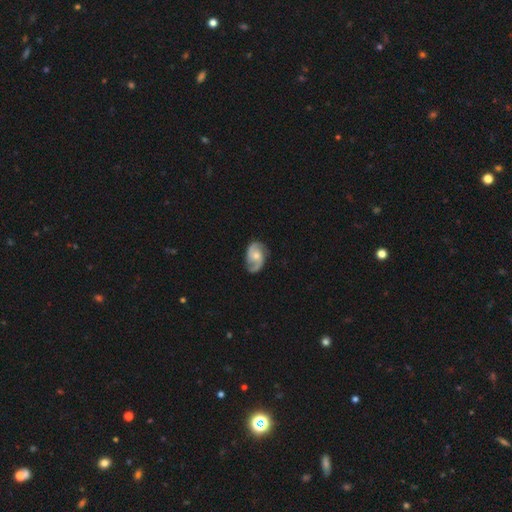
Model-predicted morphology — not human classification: Smooth or featured?
  - featured or disk: 85% *
  - smooth: 10%
  - star or artifact: 5%
Edge-on disk?
  - no: 98% *
  - yes: 2%
Bar?
  - no: 63% *
  - weak: 30%
  - strong: 6%
Spiral arms?
  - yes: 97% *
  - no: 3%
Spiral winding?
  - medium: 52% *
  - loose: 26%
  - tight: 22%
Spiral arm count?
  - 2: 90% *
  - can't tell: 3%
  - 3: 2%
  - 1: 2%
  - 4: 1%
  - more than 4: 1%
Bulge size?
  - moderate: 57% *
  - small: 38%
  - large: 3%
  - none: 2%
  - dominant: 1%
Merging?
  - none: 78% *
  - minor disturbance: 16%
  - major disturbance: 5%
  - merger: 1%